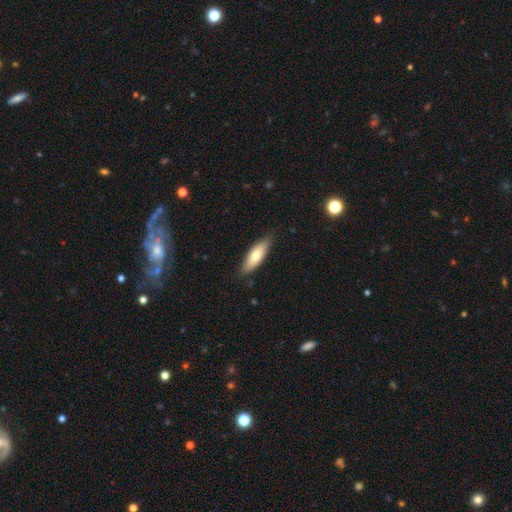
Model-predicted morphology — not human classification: smooth-or-featured: smooth: 71% | featured or disk: 23% | star or artifact: 6%
  how-rounded: in between: 58% | cigar-shaped: 40% | round: 2%
  merging: none: 82% | minor disturbance: 14% | major disturbance: 2% | merger: 1%